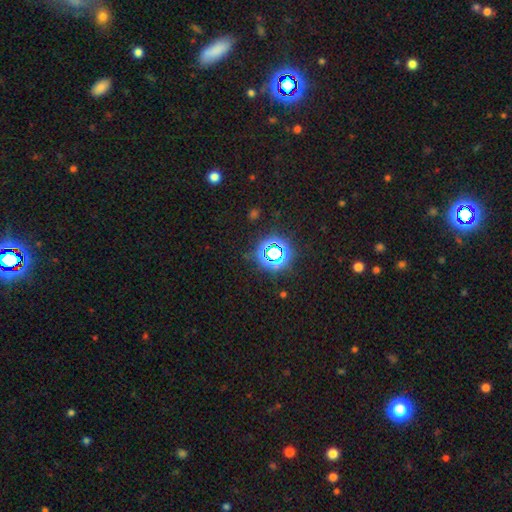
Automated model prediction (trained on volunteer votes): Smooth or featured? Predicted: star or artifact (p=0.64).